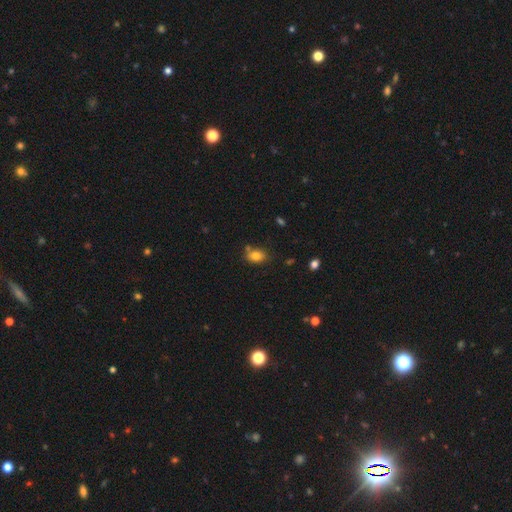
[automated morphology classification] type=smooth (81%); roundness=in between (76%); merging=none (71%).